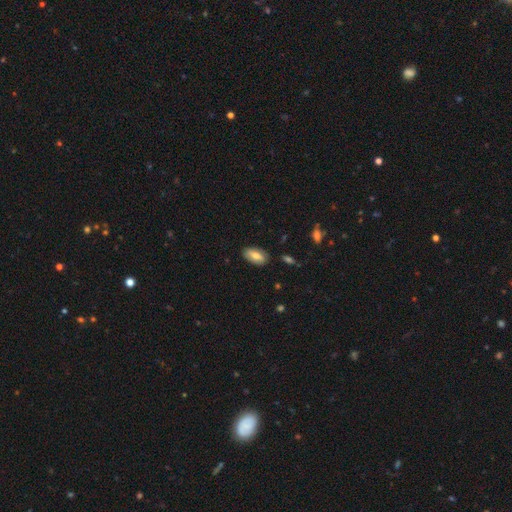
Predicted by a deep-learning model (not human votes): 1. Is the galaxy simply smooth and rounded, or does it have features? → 71% smooth, 22% featured or disk, 7% star or artifact.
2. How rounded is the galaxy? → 93% in between, 4% cigar-shaped, 3% round.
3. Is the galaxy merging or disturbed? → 83% none, 13% minor disturbance, 2% major disturbance, 2% merger.